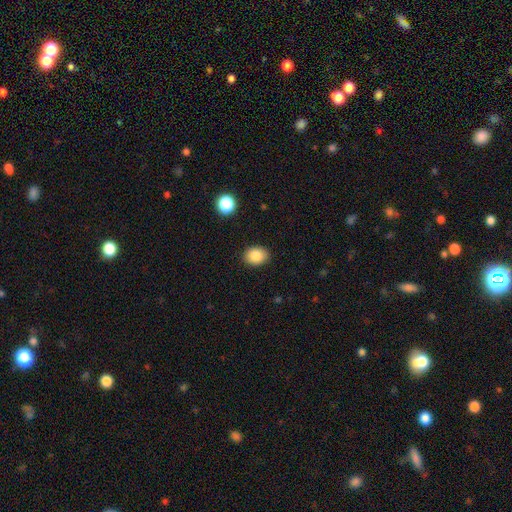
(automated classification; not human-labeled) Q: Smooth or featured?
A: smooth (85%); runner-up: star or artifact (9%)
Q: How rounded?
A: in between (59%); runner-up: round (40%)
Q: Merging?
A: none (89%); runner-up: minor disturbance (8%)